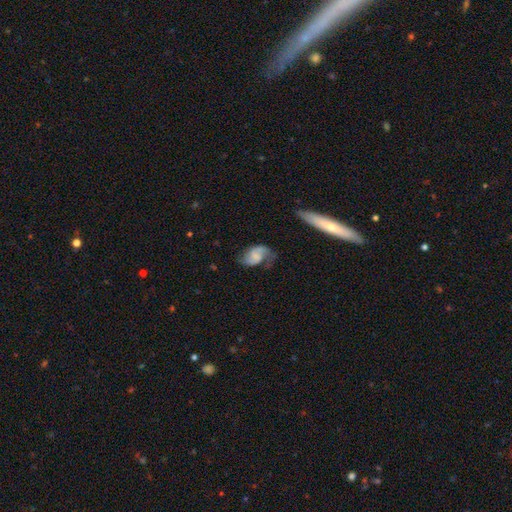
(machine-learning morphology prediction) Overall: featured or disk (70%). Edge-on disk: no (97%). Bar: no (48%; weak 41%). Spiral arms: yes (92%). Spiral arm count: 2 (84%). Spiral winding: loose (43%; medium 42%). Bulge size: none (57%; small 20%). Merging: none (55%; minor disturbance 25%).